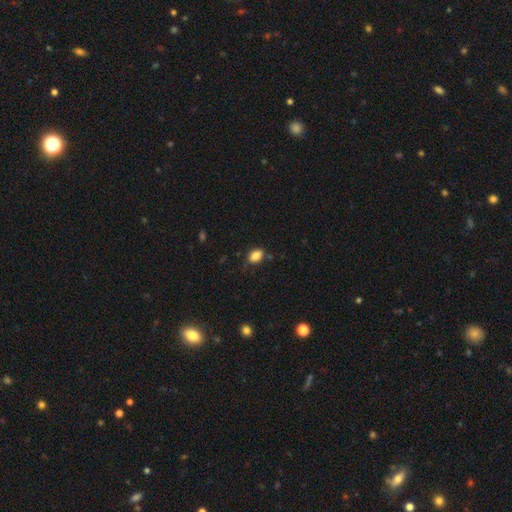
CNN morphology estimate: Smooth or featured?
  - smooth: 86% *
  - star or artifact: 9%
  - featured or disk: 5%
How rounded?
  - in between: 85% *
  - round: 13%
  - cigar-shaped: 2%
Merging?
  - none: 74% *
  - minor disturbance: 19%
  - major disturbance: 4%
  - merger: 3%